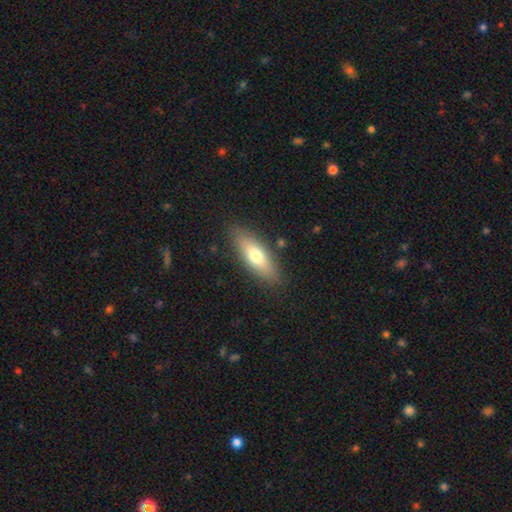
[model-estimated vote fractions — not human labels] Overall: smooth (68%). How rounded: in between (63%; cigar-shaped 35%). Merging: none (84%).